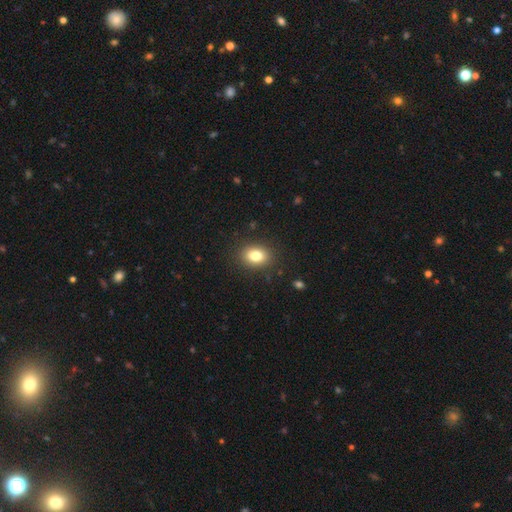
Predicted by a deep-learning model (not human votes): A smooth galaxy with no disk features (81%) that is in between round and cigar-shaped (65%).

Vote fractions:
- Smooth or featured? smooth: 81% / star or artifact: 10% / featured or disk: 9%
- How rounded? in between: 65% / round: 34% / cigar-shaped: 1%
- Merging? none: 88% / minor disturbance: 8% / major disturbance: 3% / merger: 1%